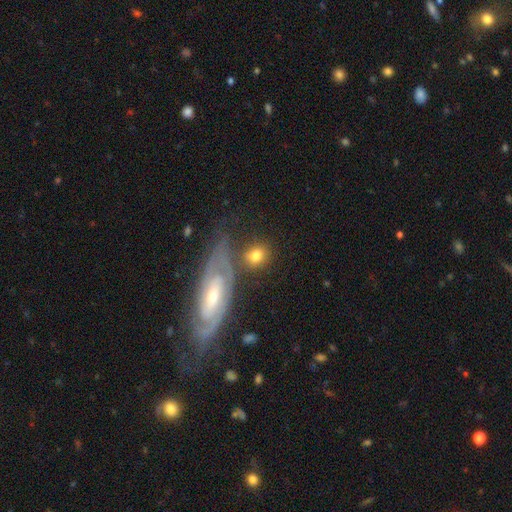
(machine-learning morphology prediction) This is likely a smooth galaxy (73%). How rounded: likely round (62%). Merging: likely none (64%).